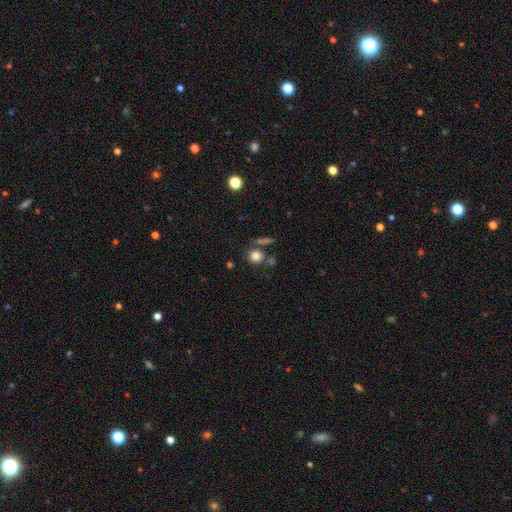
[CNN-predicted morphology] Smooth or featured? smooth (80%)
How rounded? round (82%)
Merging? none (68%)